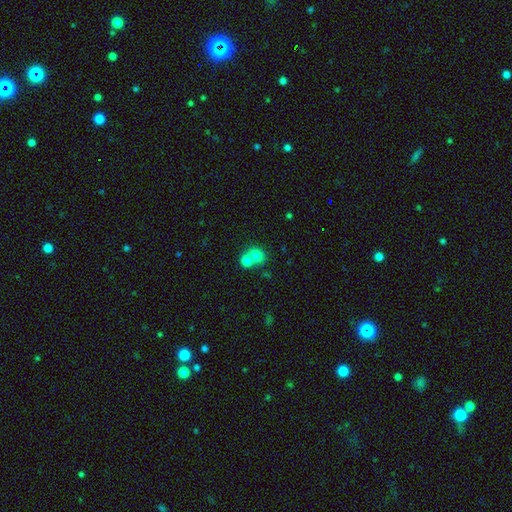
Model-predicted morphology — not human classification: smooth 76%, star or artifact 12%, featured or disk 12%. Down the decision tree: how rounded — round (75%); merging — merger (54%).